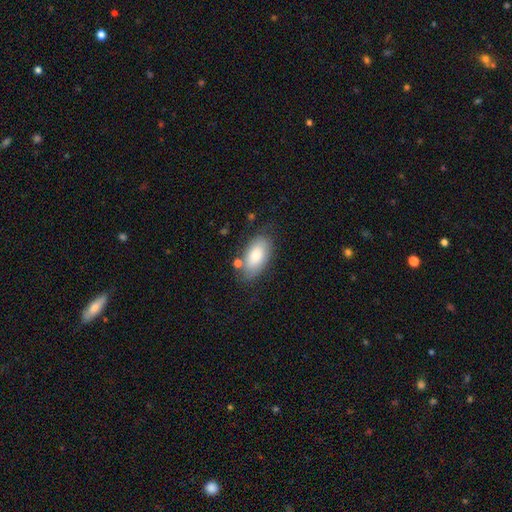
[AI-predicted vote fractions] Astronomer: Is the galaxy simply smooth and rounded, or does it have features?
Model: smooth — 77%.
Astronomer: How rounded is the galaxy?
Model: in between — 93%.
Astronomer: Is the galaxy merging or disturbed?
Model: none — 67%.